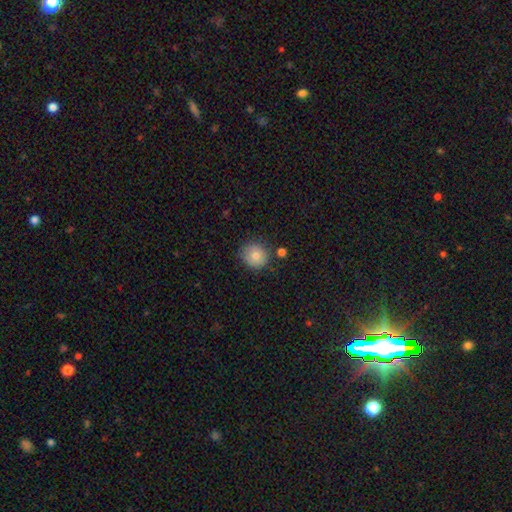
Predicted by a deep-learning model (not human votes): Smooth or featured? Predicted: smooth (p=0.79). How rounded? Predicted: round (p=0.90). Merging? Predicted: none (p=0.82).